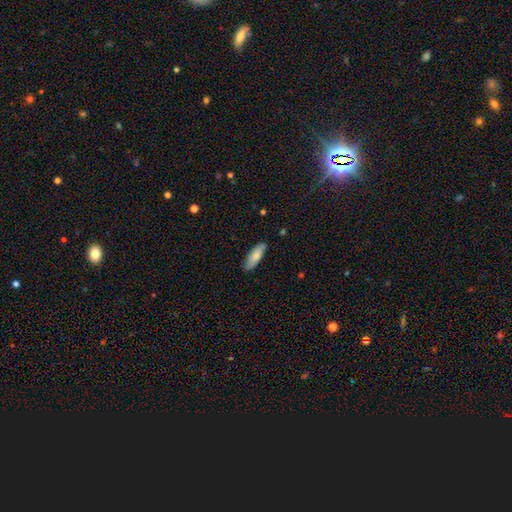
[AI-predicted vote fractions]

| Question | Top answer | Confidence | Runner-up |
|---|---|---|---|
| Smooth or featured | smooth | 79% | featured or disk (15%) |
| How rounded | in between | 62% | cigar-shaped (36%) |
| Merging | none | 82% | minor disturbance (14%) |